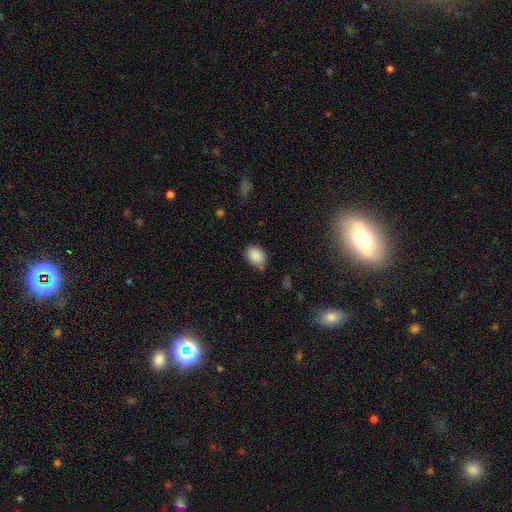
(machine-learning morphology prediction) Smooth or featured? Predicted: smooth (p=0.88). How rounded? Predicted: in between (p=0.70). Merging? Predicted: none (p=0.66).